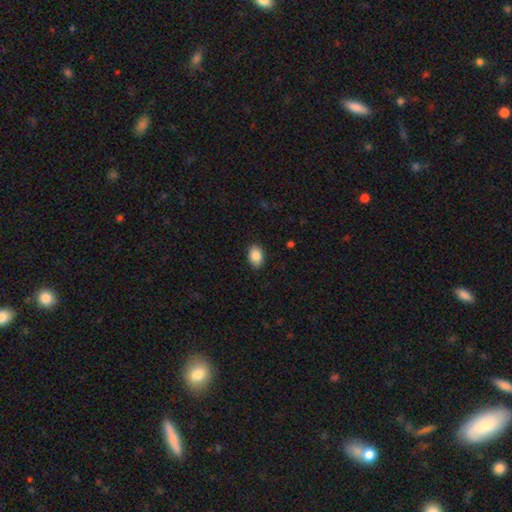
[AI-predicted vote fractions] smooth 87%, star or artifact 8%, featured or disk 5%. Down the decision tree: how rounded — in between (84%); merging — none (89%).